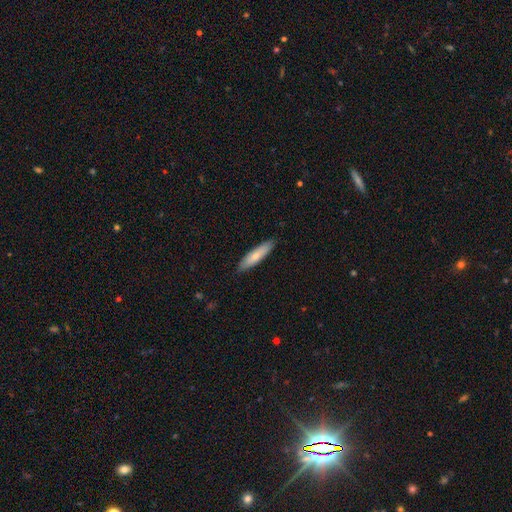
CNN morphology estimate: The model was most divided on "how rounded": cigar-shaped: 73%, in between: 25%, round: 1%. More confident: merging — none (87%); smooth or featured — smooth (73%).